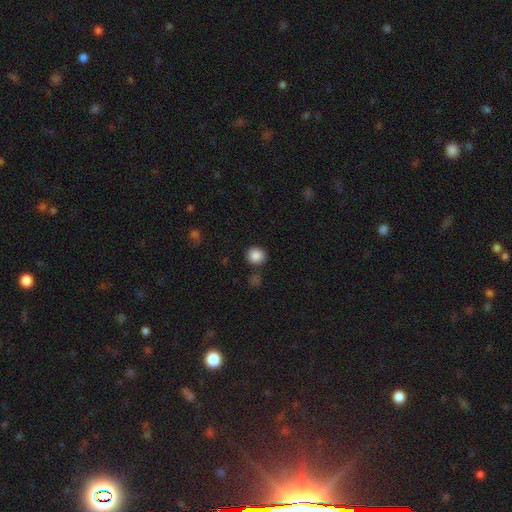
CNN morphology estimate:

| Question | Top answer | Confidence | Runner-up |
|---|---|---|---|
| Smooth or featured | smooth | 87% | star or artifact (9%) |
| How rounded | round | 86% | in between (13%) |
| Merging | none | 85% | minor disturbance (8%) |